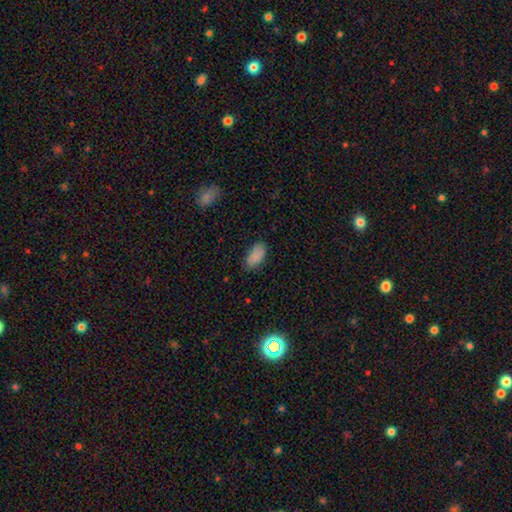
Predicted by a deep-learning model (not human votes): Smooth or featured? smooth (88%)
How rounded? in between (93%)
Merging? none (79%)